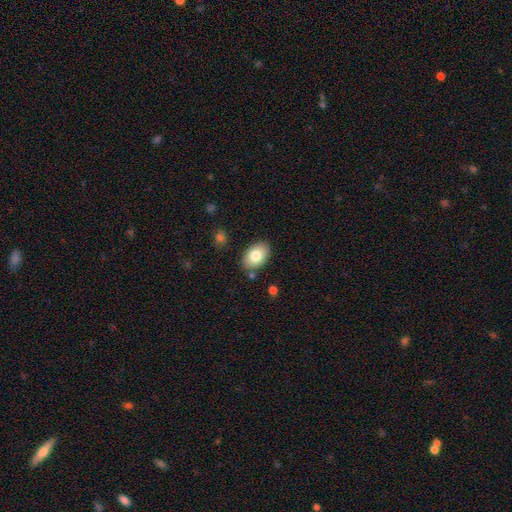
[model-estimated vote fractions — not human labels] smooth 80%, featured or disk 13%, star or artifact 7%. Down the decision tree: how rounded — in between (90%); merging — none (85%).